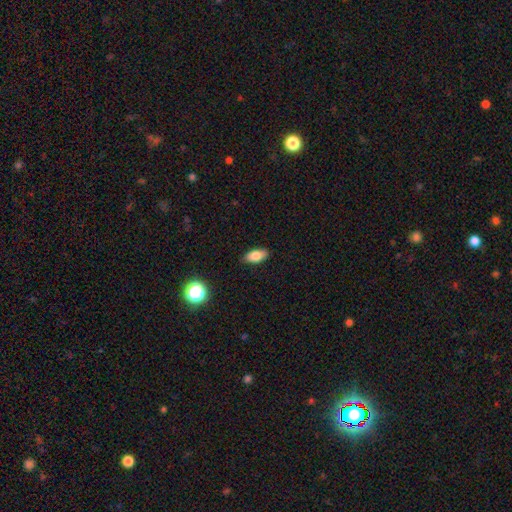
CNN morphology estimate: The model was most divided on "smooth or featured": smooth: 81%, featured or disk: 10%, star or artifact: 8%. More confident: how rounded — in between (88%); merging — none (86%).